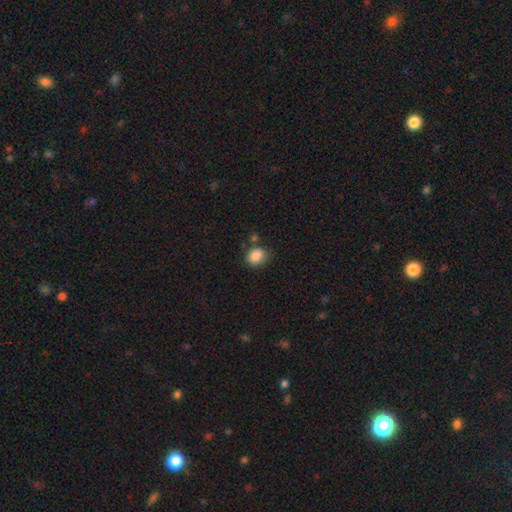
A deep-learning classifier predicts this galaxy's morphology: A smooth galaxy with no disk features (87%) that is in between round and cigar-shaped (54%). Merging: none (69%).